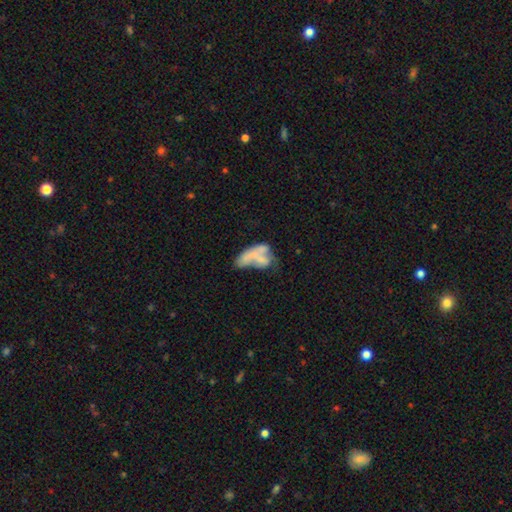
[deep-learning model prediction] Smooth or featured? Predicted: smooth (p=0.50). Merging? Predicted: merger (p=0.42).